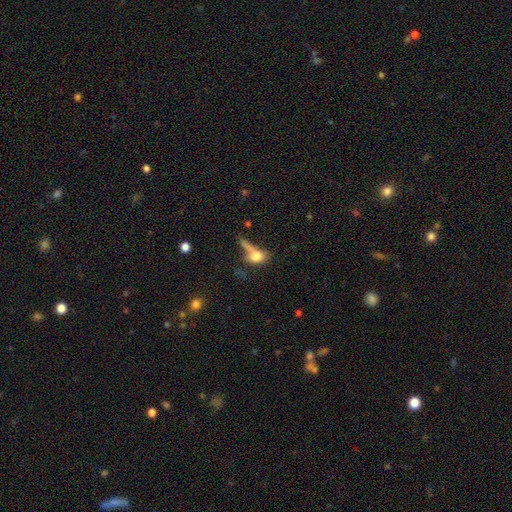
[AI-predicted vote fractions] Smooth or featured? Predicted: smooth (p=0.70). How rounded? Predicted: in between (p=0.62). Merging? Predicted: none (p=0.32).